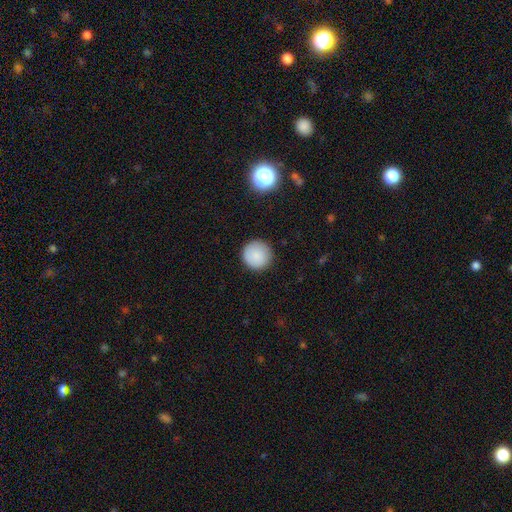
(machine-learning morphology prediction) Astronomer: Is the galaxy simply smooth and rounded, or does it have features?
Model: smooth — 87%.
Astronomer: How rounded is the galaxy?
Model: round — 96%.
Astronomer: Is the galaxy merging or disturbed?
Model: none — 91%.